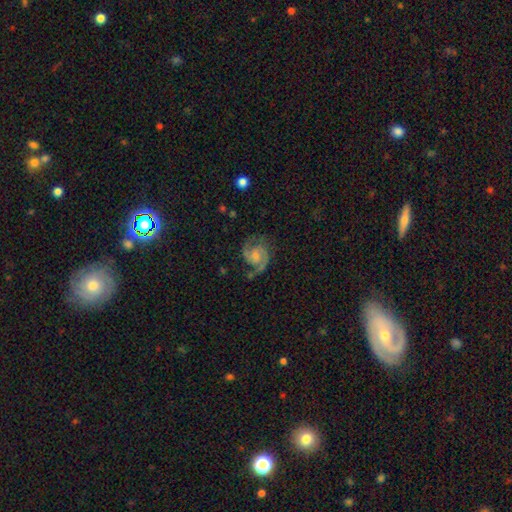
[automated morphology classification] This is clearly a featured or disk galaxy (88%). It is clearly not viewed edge-on (98%). Bar: possibly no (54%). Spiral arm pattern: clearly yes (98%). Spiral arm count: clearly 2 (91%). Spiral winding: possibly medium (55%). Central bulge: possibly small (45%). Merging: likely none (75%).